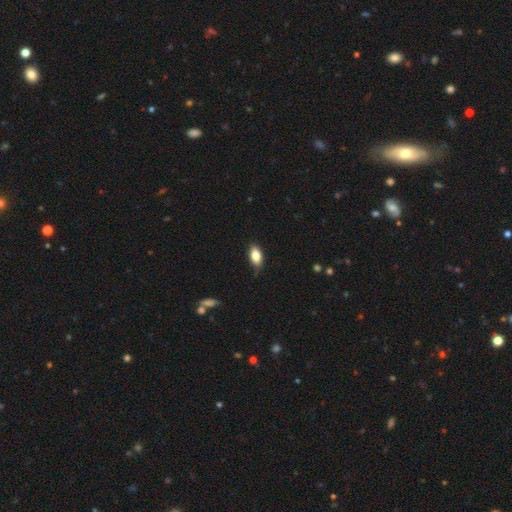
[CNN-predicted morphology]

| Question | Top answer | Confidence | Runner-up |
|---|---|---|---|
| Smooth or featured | smooth | 82% | featured or disk (11%) |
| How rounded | in between | 89% | cigar-shaped (6%) |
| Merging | none | 77% | minor disturbance (19%) |